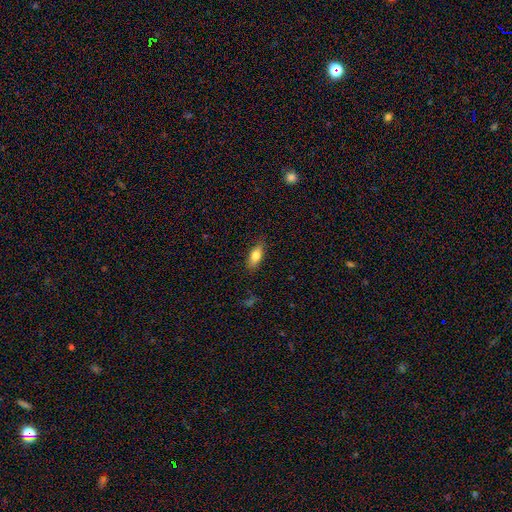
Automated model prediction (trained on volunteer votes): Smooth or featured? smooth (78%)
How rounded? in between (80%)
Merging? none (85%)